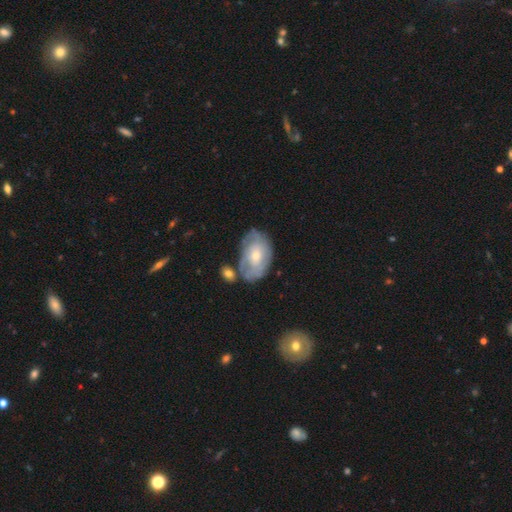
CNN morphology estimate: Smooth or featured?
  - featured or disk: 58% *
  - smooth: 36%
  - star or artifact: 6%
Edge-on disk?
  - no: 95% *
  - yes: 5%
Bar?
  - no: 74% *
  - weak: 22%
  - strong: 4%
Spiral arms?
  - yes: 63% *
  - no: 37%
Bulge size?
  - small: 52% *
  - moderate: 43%
  - large: 3%
  - none: 1%
  - dominant: 1%
Merging?
  - none: 56% *
  - minor disturbance: 23%
  - merger: 12%
  - major disturbance: 9%